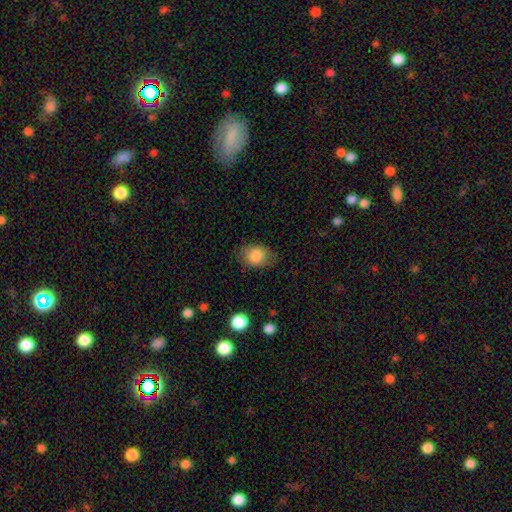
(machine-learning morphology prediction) Smooth or featured: smooth — 84% (featured or disk — 8%)
How rounded: in between — 62% (round — 37%)
Merging: none — 75% (minor disturbance — 18%)